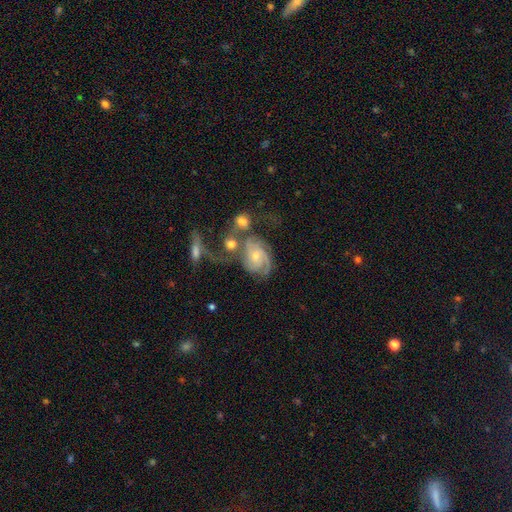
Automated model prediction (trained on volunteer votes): The model was most divided on "merging": none: 34%, merger: 30%, major disturbance: 19%, minor disturbance: 17%. Remaining: edge-on disk — no (97%); spiral arms — yes (95%); smooth or featured — featured or disk (83%); bar — no (69%); bulge size — small (58%); spiral winding — tight (50%); spiral arm count — 2 (34%).